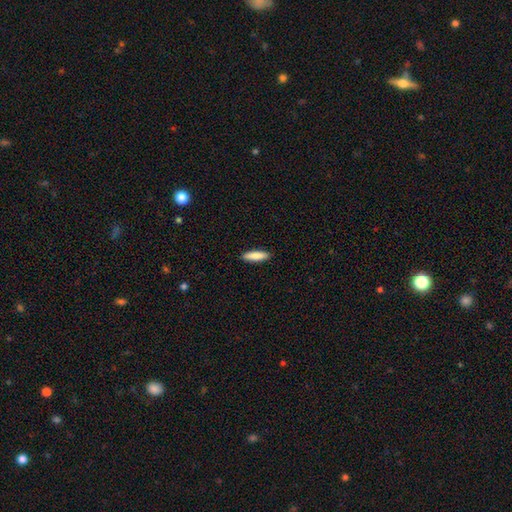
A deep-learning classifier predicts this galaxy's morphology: smooth_or_featured: smooth (p=0.87) [alt: featured or disk p=0.08]
how_rounded: cigar-shaped (p=0.65) [alt: in between p=0.34]
merging: none (p=0.90) [alt: minor disturbance p=0.07]